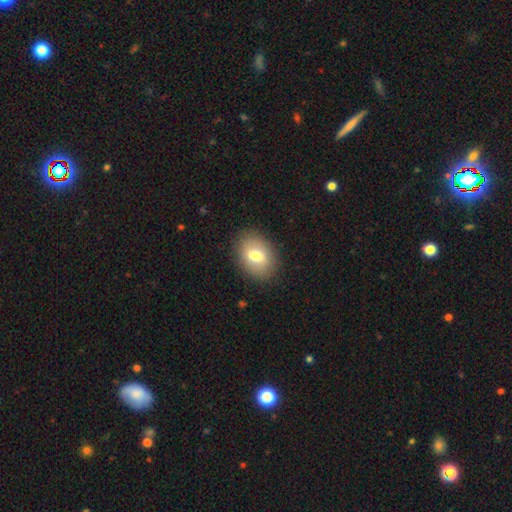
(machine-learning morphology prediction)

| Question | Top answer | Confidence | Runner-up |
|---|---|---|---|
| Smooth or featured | smooth | 73% | featured or disk (19%) |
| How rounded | in between | 74% | round (24%) |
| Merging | none | 86% | minor disturbance (9%) |